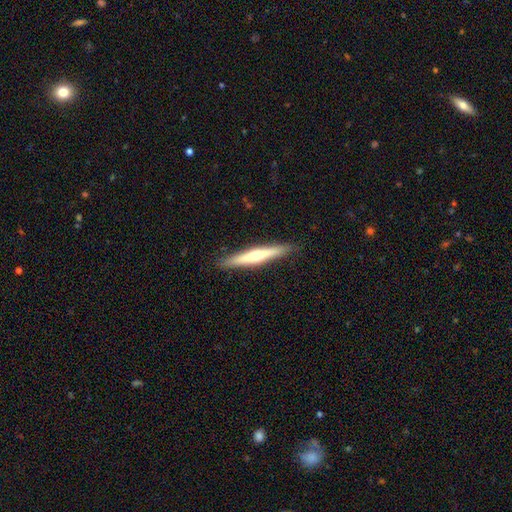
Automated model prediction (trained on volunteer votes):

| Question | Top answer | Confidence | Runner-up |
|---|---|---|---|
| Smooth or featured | featured or disk | 51% | smooth (44%) |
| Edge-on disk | yes | 96% | no (4%) |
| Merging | none | 89% | minor disturbance (8%) |